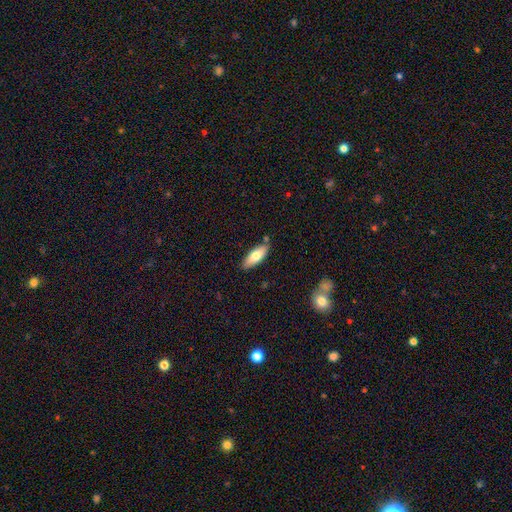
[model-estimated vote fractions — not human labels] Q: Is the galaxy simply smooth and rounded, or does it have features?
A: smooth — 71%.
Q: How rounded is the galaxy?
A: in between — 70%.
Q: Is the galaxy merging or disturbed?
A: none — 81%.